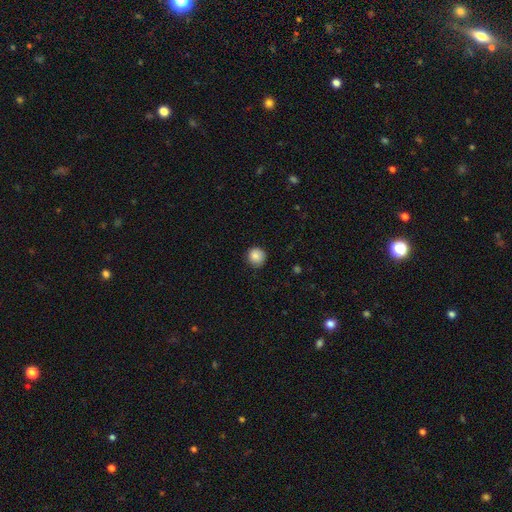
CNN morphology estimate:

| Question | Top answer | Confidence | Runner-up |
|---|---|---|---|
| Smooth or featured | smooth | 86% | star or artifact (9%) |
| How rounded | round | 94% | in between (6%) |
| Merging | none | 86% | minor disturbance (11%) |